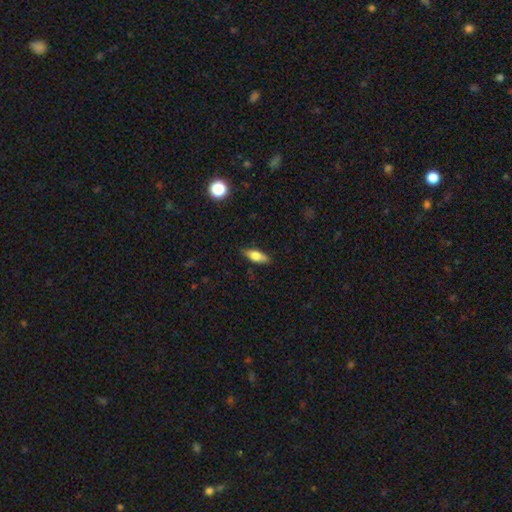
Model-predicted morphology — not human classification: Smooth or featured: smooth — 66% (featured or disk — 27%)
How rounded: in between — 68% (cigar-shaped — 29%)
Merging: none — 84% (minor disturbance — 12%)